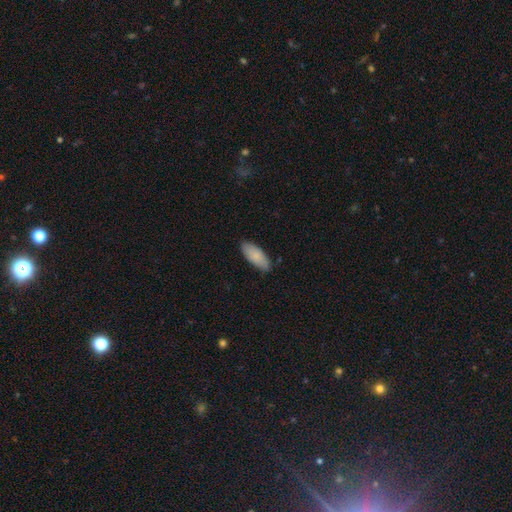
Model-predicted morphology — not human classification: Smooth or featured?
  - smooth: 86% *
  - featured or disk: 9%
  - star or artifact: 6%
How rounded?
  - in between: 82% *
  - cigar-shaped: 16%
  - round: 2%
Merging?
  - none: 82% *
  - minor disturbance: 14%
  - major disturbance: 2%
  - merger: 1%